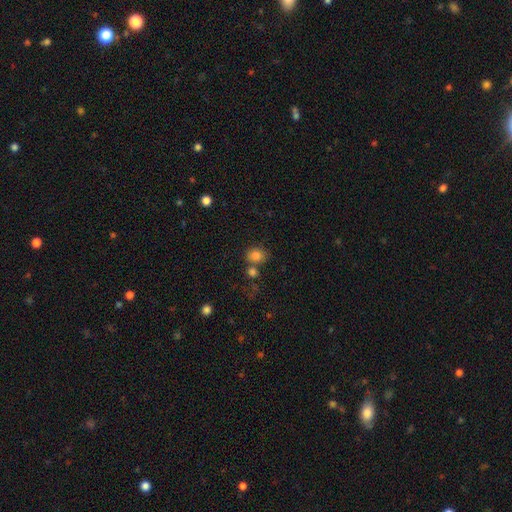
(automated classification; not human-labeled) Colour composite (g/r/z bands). It shows a smooth galaxy with no disk features (83%) that is round (56%). Merging: none (60%).